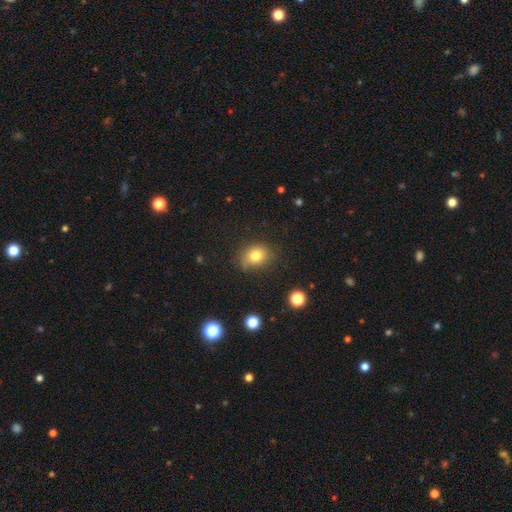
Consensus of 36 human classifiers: smooth-or-featured: smooth: 83% | featured or disk: 11% | star or artifact: 6%
  how-rounded: in between: 63% | round: 37% | cigar-shaped: 0%
  merging: none: 65% | minor disturbance: 29% | major disturbance: 6% | merger: 0%